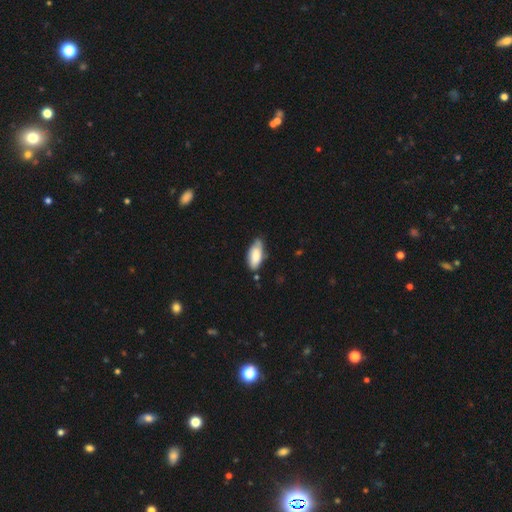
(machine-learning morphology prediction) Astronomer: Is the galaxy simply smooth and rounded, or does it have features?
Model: smooth — 79%.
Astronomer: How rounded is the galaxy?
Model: in between — 88%.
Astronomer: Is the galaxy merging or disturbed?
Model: none — 59%.